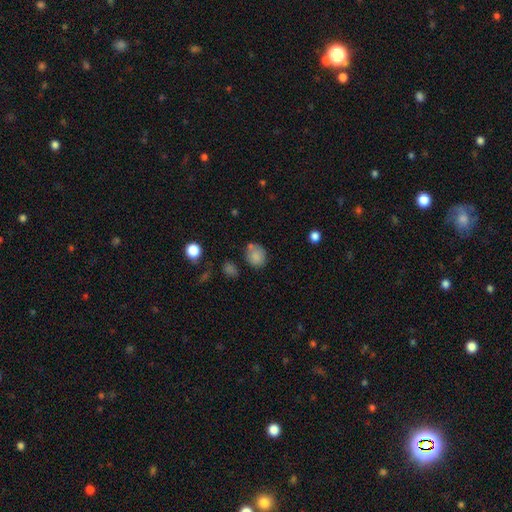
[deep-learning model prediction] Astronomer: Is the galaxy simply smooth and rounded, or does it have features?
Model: smooth — 82%.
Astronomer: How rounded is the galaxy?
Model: round — 63%.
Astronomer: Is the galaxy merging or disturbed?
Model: none — 63%.